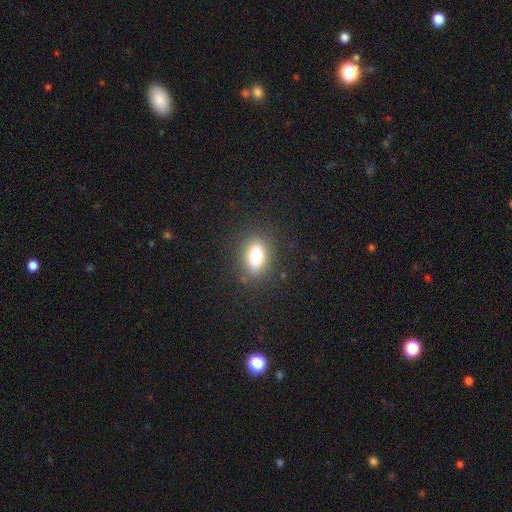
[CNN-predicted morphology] Smooth or featured? Predicted: smooth (p=0.80). How rounded? Predicted: in between (p=0.77). Merging? Predicted: none (p=0.84).